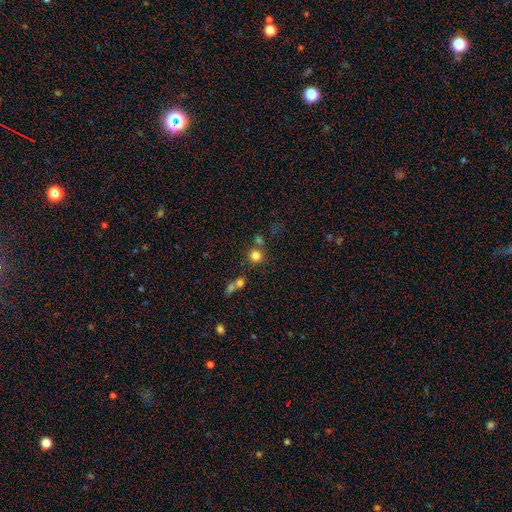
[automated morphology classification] Smooth or featured? smooth (80%)
How rounded? round (92%)
Merging? none (68%)